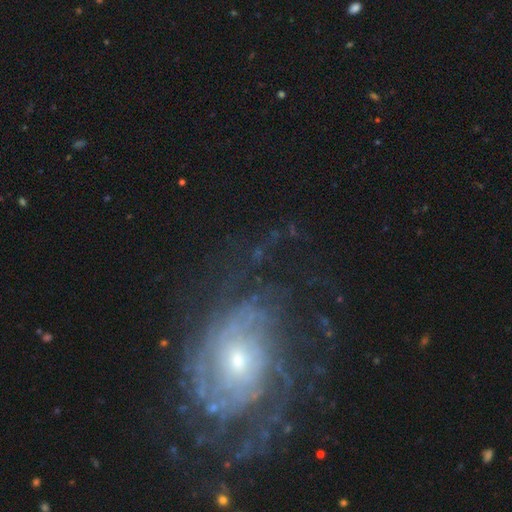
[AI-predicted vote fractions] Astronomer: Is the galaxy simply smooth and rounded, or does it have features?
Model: featured or disk — 84%.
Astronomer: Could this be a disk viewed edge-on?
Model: no — 96%.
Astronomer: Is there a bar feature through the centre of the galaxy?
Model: no — 75%.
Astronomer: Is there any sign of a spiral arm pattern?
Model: yes — 94%.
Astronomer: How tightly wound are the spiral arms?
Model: tight — 68%.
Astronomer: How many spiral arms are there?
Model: can't tell — 38% (runner-up: 2, 19%).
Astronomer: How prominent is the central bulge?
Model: small — 57% (runner-up: moderate, 37%).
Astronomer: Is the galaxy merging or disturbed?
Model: none — 67%.